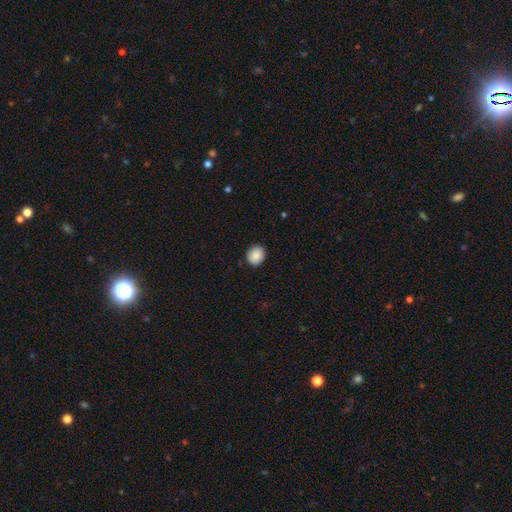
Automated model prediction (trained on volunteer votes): smooth 88%, star or artifact 8%, featured or disk 4%. Down the decision tree: how rounded — round (69%); merging — none (89%).